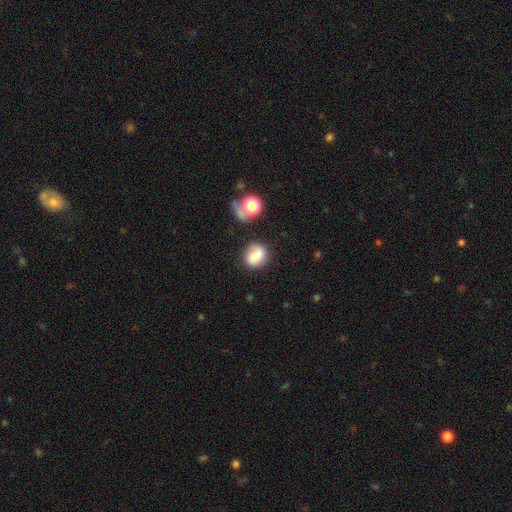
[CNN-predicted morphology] smooth 75%, featured or disk 15%, star or artifact 11%. Down the decision tree: how rounded — round (66%); merging — none (67%).